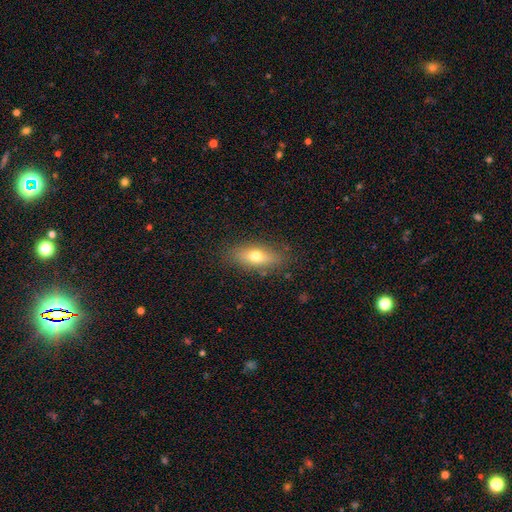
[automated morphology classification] Smooth or featured?
  - smooth: 66% *
  - featured or disk: 25%
  - star or artifact: 9%
How rounded?
  - in between: 71% *
  - cigar-shaped: 22%
  - round: 7%
Merging?
  - none: 84% *
  - minor disturbance: 12%
  - major disturbance: 3%
  - merger: 1%